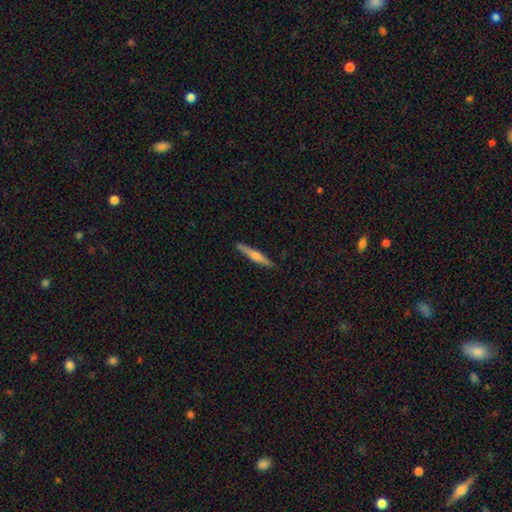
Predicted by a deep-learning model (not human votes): Overall: featured or disk (62%; smooth 32%). Edge-on disk: yes (98%). Edge-on bulge: rounded (82%). Merging: none (90%).